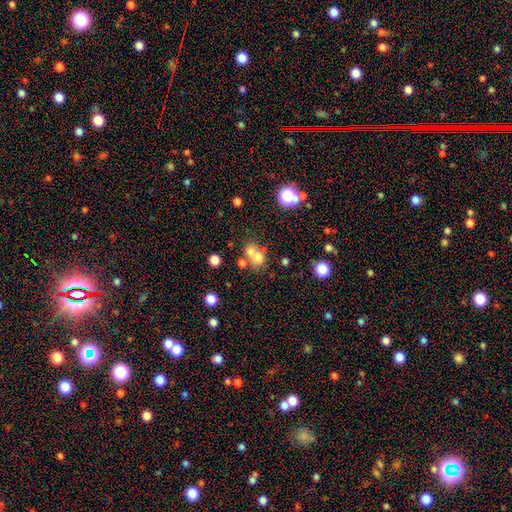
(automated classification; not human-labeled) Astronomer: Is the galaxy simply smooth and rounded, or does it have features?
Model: smooth — 65%.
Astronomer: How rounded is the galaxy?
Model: round — 73%.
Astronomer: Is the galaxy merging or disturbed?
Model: merger — 52% (runner-up: none, 36%).